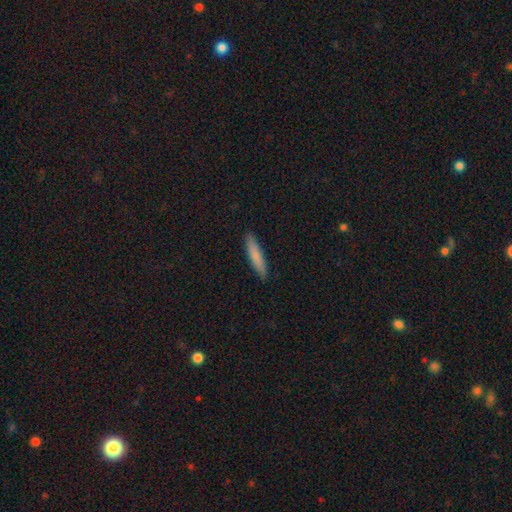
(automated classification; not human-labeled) A smooth galaxy with no disk features (81%) that is cigar-shaped (88%). Merging: none (90%).